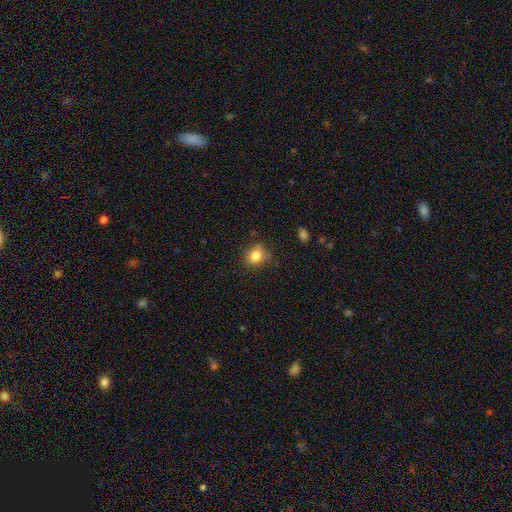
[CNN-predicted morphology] A smooth galaxy with no disk features (83%) that is round (63%). Merging: none (72%).